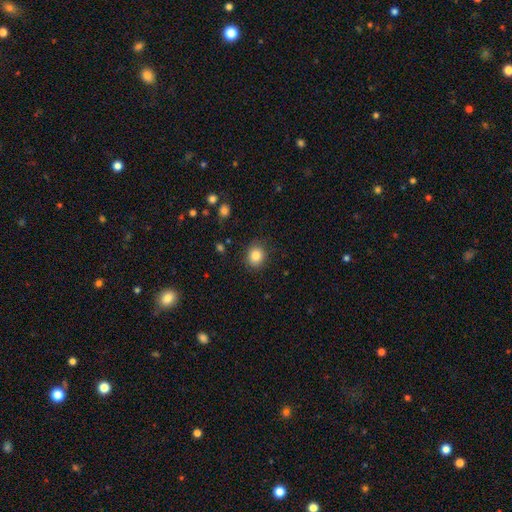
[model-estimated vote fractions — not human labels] The model was most divided on "how rounded": round: 73%, in between: 27%, cigar-shaped: 1%. More confident: merging — none (87%); smooth or featured — smooth (85%).